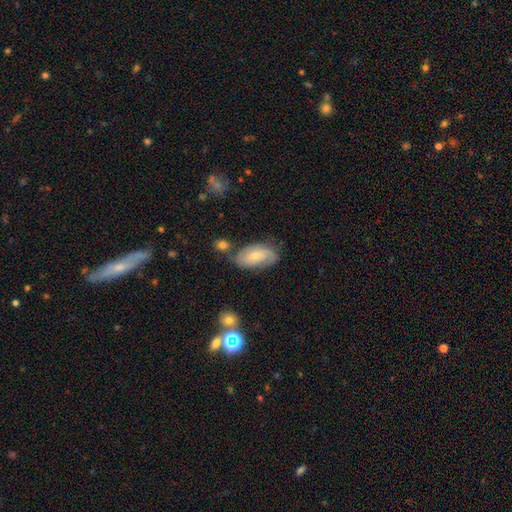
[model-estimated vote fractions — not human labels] A featured or disk galaxy (49%). Merging: none (58%).